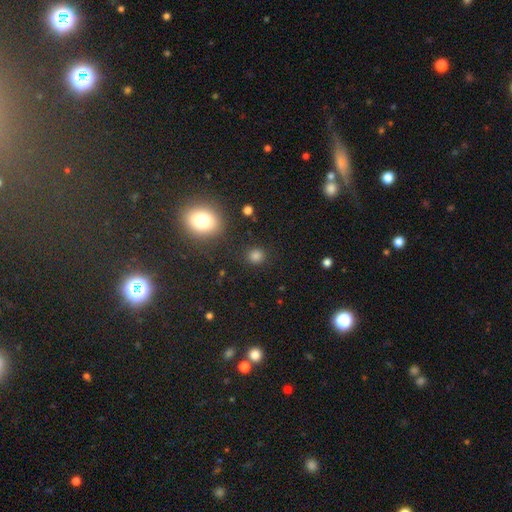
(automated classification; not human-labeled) smooth_or_featured: smooth (p=0.78) [alt: star or artifact p=0.18]
how_rounded: round (p=0.85) [alt: in between p=0.14]
merging: none (p=0.87) [alt: minor disturbance p=0.07]